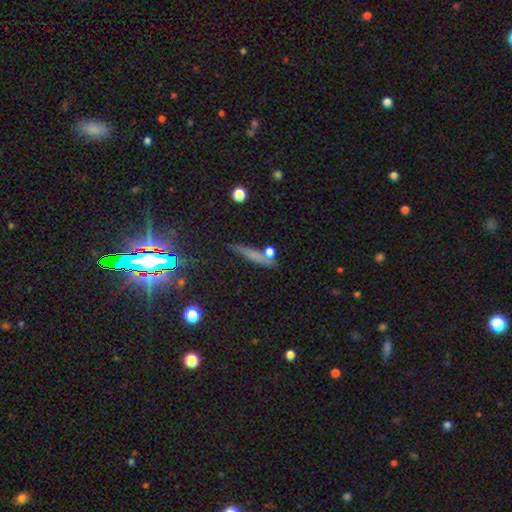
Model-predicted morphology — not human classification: A smooth galaxy with no disk features (55%) that is cigar-shaped (82%). Merging: none (65%).